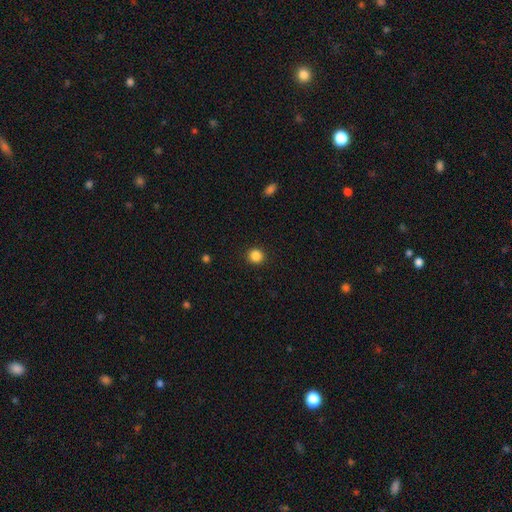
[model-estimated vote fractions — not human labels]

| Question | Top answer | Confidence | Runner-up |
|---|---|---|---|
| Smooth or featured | smooth | 86% | star or artifact (11%) |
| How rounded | round | 93% | in between (6%) |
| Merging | none | 92% | minor disturbance (5%) |